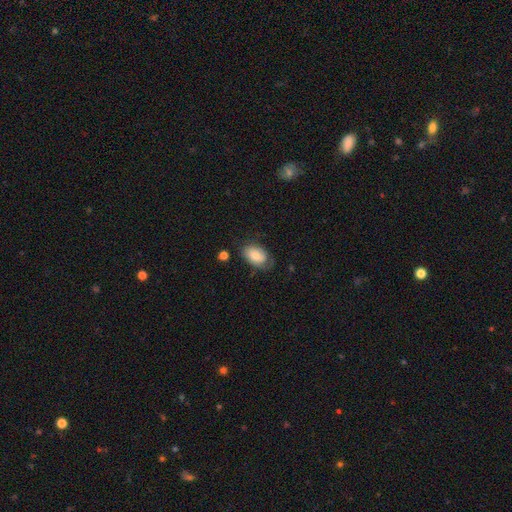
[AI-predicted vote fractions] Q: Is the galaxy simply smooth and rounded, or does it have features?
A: smooth — 69%.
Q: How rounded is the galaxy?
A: in between — 88%.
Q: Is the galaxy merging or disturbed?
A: none — 58%.